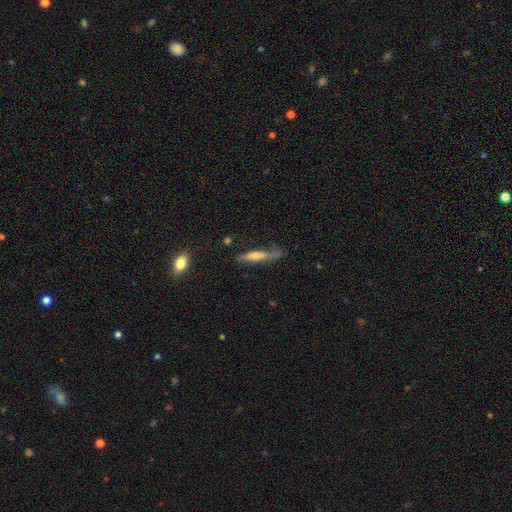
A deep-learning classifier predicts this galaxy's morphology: Smooth or featured: featured or disk — 50% (smooth — 42%)
Edge-on disk: yes — 82% (no — 18%)
Merging: none — 59% (minor disturbance — 26%)